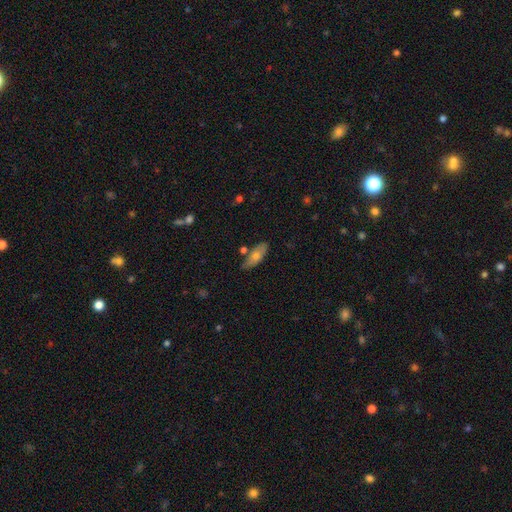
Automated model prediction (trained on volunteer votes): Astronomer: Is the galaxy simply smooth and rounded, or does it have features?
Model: smooth — 63%.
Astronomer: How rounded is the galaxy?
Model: in between — 71%.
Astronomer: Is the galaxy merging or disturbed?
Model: none — 75%.